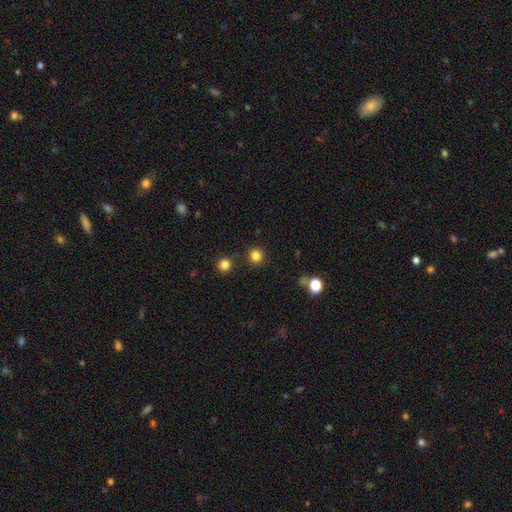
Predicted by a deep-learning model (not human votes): The model was most divided on "smooth or featured": smooth: 82%, star or artifact: 14%, featured or disk: 4%. More confident: how rounded — round (91%); merging — none (88%).